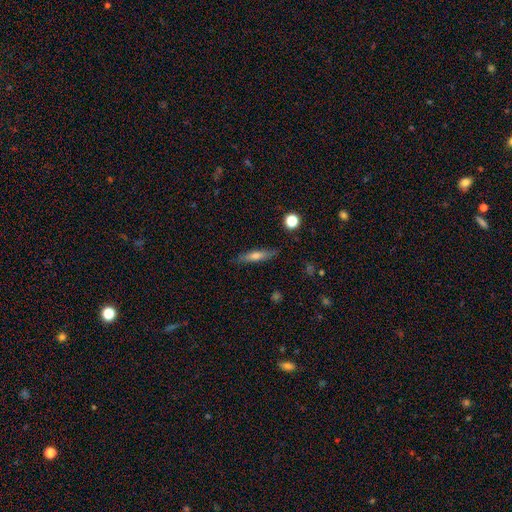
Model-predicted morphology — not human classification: Smooth or featured? smooth (55%)
How rounded? cigar-shaped (81%)
Merging? none (85%)